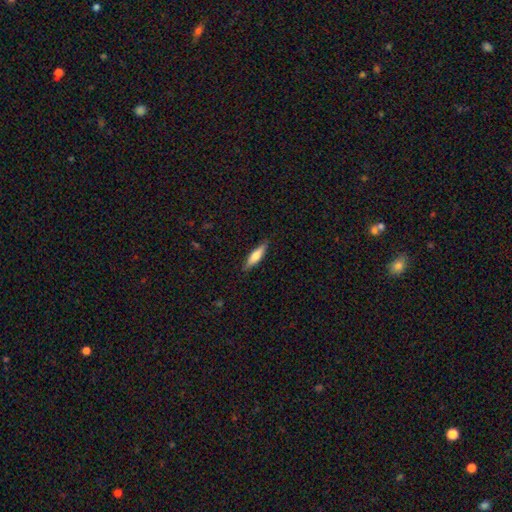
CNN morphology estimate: Smooth or featured? Predicted: smooth (p=0.67). How rounded? Predicted: cigar-shaped (p=0.70). Merging? Predicted: none (p=0.86).